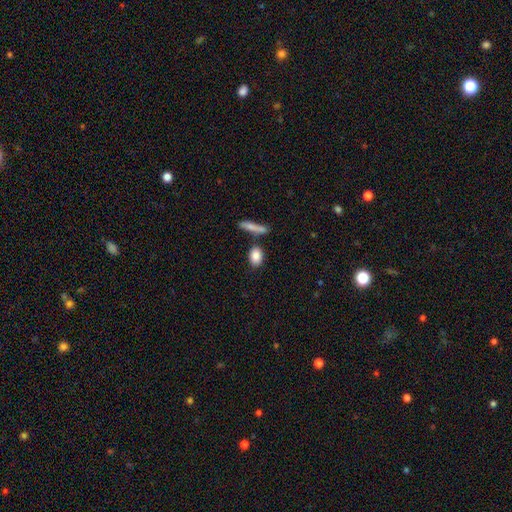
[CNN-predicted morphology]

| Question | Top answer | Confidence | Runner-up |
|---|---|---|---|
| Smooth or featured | smooth | 86% | featured or disk (7%) |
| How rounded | in between | 78% | round (17%) |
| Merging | none | 74% | minor disturbance (12%) |